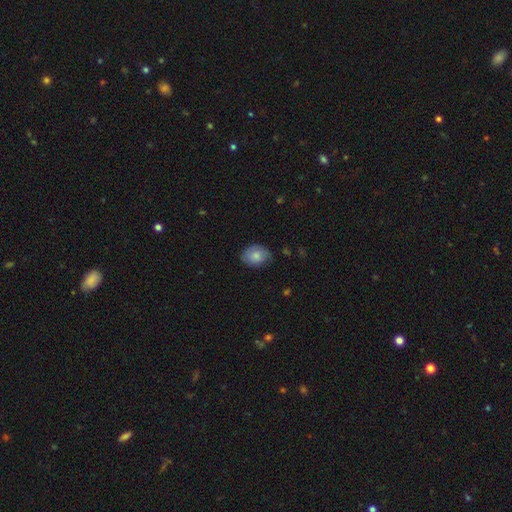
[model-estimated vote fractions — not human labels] Smooth or featured? Predicted: smooth (p=0.76). How rounded? Predicted: in between (p=0.65). Merging? Predicted: none (p=0.69).